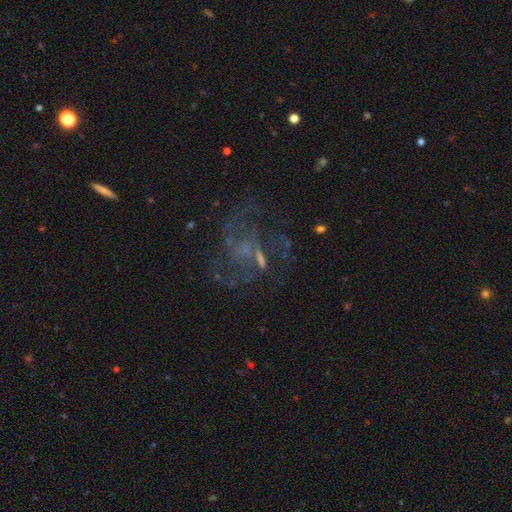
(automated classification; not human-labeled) Overall: featured or disk (69%). Edge-on disk: no (98%). Bar: no (59%; weak 33%). Spiral arms: yes (71%). Bulge size: none (39%, tied with small). Merging: none (47%; major disturbance 29%).